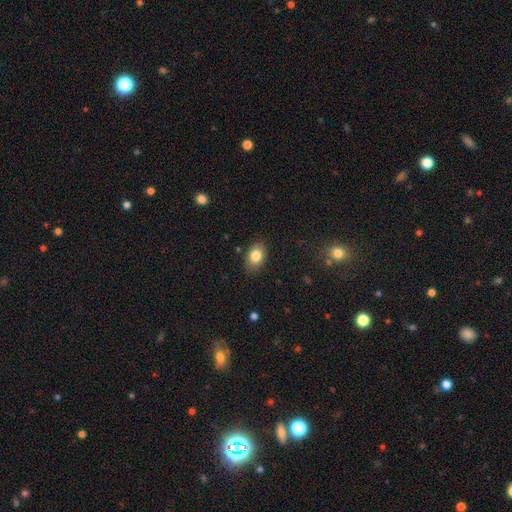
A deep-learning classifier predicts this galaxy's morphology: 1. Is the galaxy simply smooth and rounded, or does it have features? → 83% smooth, 9% star or artifact, 8% featured or disk.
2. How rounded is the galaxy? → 81% in between, 18% round, 1% cigar-shaped.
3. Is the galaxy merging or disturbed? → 84% none, 12% minor disturbance, 3% major disturbance, 1% merger.